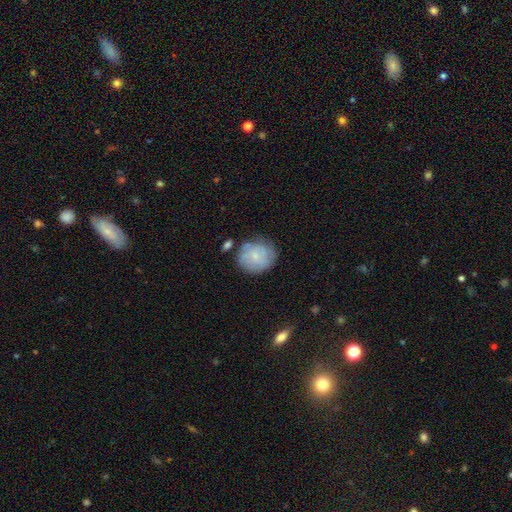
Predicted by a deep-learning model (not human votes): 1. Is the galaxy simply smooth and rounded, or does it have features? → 67% smooth, 26% featured or disk, 7% star or artifact.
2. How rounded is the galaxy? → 70% round, 29% in between, 1% cigar-shaped.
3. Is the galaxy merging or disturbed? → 66% none, 22% minor disturbance, 7% major disturbance, 6% merger.